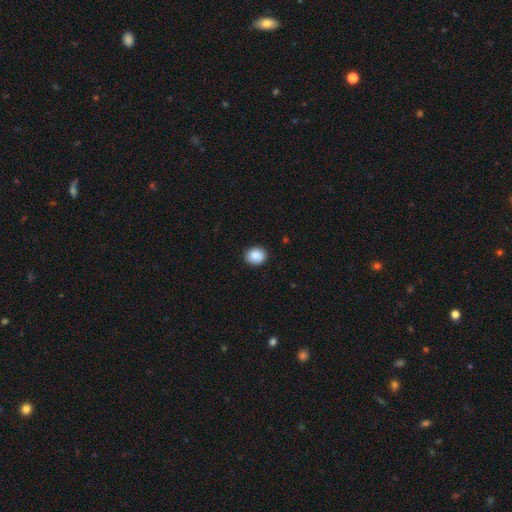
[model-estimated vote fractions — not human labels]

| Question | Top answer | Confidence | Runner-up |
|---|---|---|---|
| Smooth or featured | smooth | 88% | star or artifact (8%) |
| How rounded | round | 68% | in between (31%) |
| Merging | none | 90% | minor disturbance (7%) |